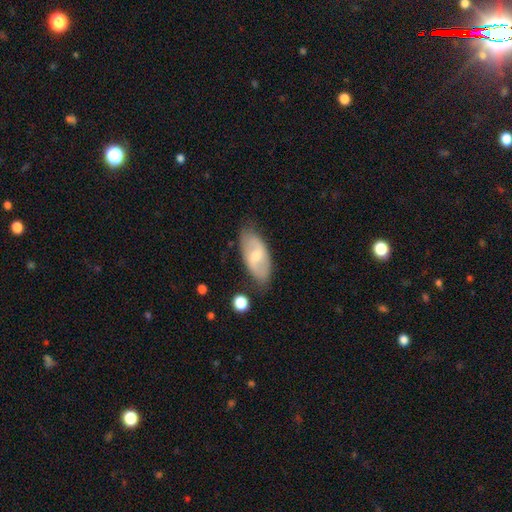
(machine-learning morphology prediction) A featured or disk galaxy (47%).

Vote fractions:
- Smooth or featured? featured or disk: 47% / smooth: 46% / star or artifact: 7%
- Merging? none: 78% / minor disturbance: 16% / major disturbance: 4% / merger: 2%